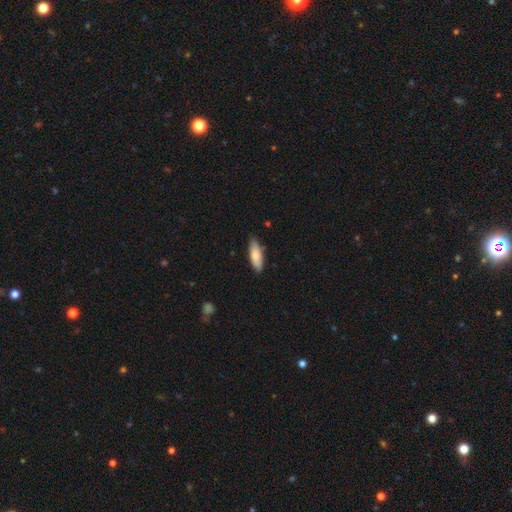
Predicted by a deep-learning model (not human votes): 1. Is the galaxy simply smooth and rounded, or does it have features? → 78% smooth, 17% featured or disk, 6% star or artifact.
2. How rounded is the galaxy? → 60% in between, 38% cigar-shaped, 2% round.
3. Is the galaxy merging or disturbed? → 82% none, 14% minor disturbance, 2% major disturbance, 1% merger.